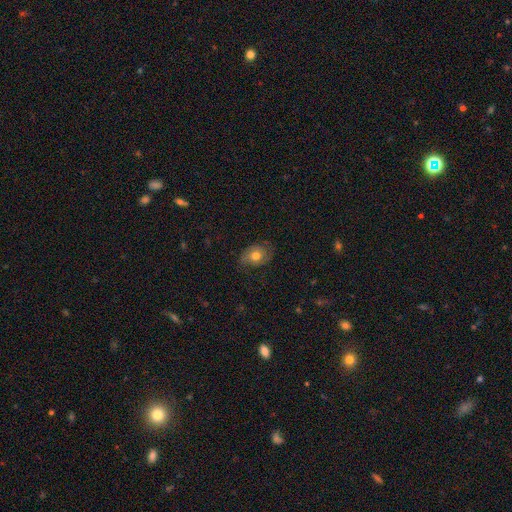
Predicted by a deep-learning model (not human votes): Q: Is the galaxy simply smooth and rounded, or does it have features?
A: smooth — 57%.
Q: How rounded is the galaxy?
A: in between — 64%.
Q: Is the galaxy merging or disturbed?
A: none — 68%.